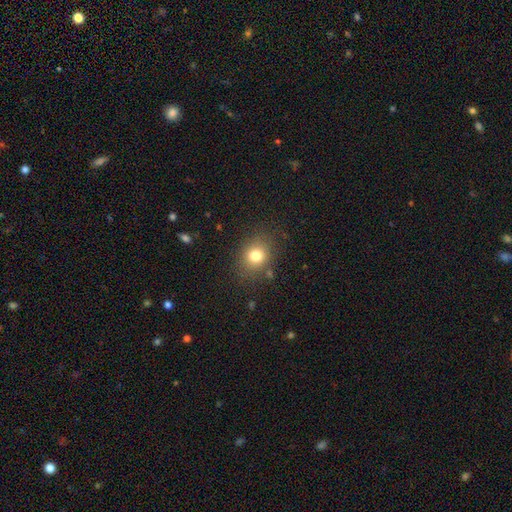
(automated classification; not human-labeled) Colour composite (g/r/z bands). It shows a smooth galaxy with no disk features (78%) that is round (64%). Merging: none (81%).